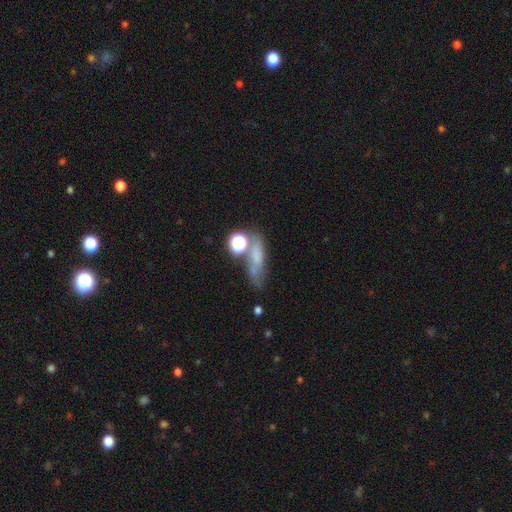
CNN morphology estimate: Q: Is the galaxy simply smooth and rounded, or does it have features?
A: smooth — 56%.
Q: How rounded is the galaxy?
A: cigar-shaped — 43%.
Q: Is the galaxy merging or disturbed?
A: none — 49%.